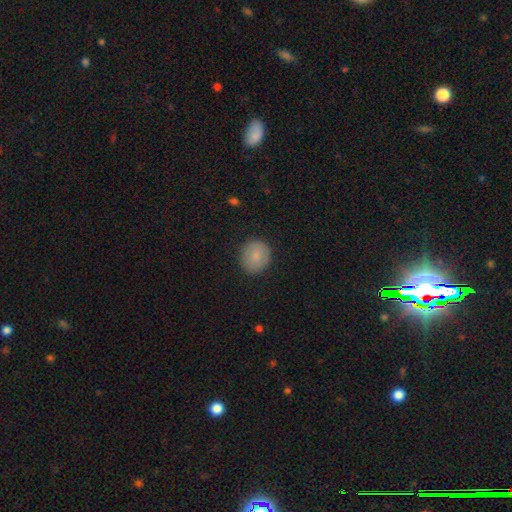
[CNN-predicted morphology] type=smooth (82%); roundness=round (84%); merging=none (88%).